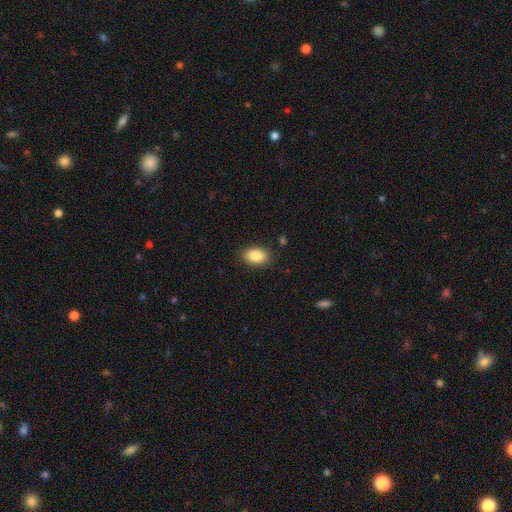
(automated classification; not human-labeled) Overall: smooth (87%). How rounded: in between (88%). Merging: none (87%).